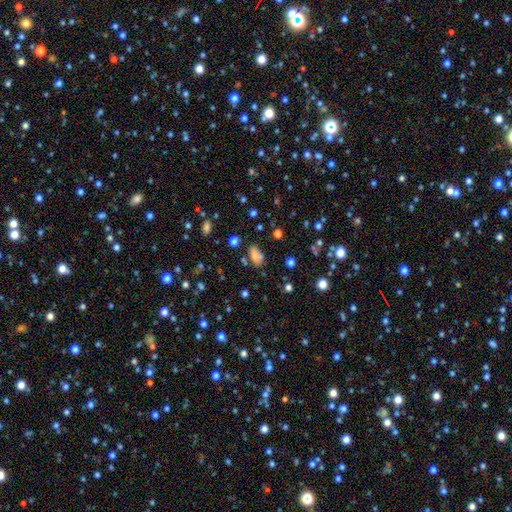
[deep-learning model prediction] This appears to be a smooth galaxy with no disk features (70%) that is in between round and cigar-shaped (88%). Merging: none (66%).